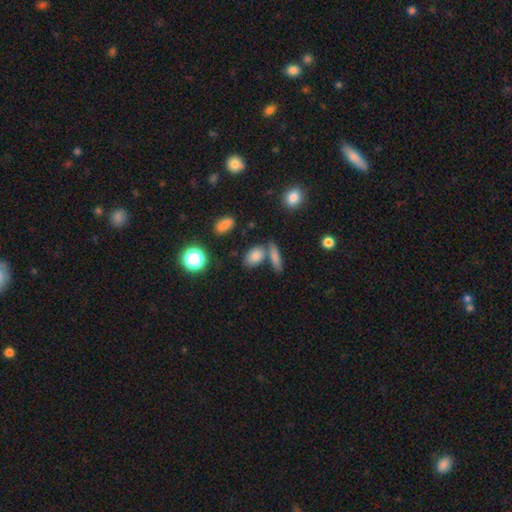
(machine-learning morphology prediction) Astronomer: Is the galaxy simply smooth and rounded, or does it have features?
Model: smooth — 80%.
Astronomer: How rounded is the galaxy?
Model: in between — 77%.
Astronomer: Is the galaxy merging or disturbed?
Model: none — 60%.